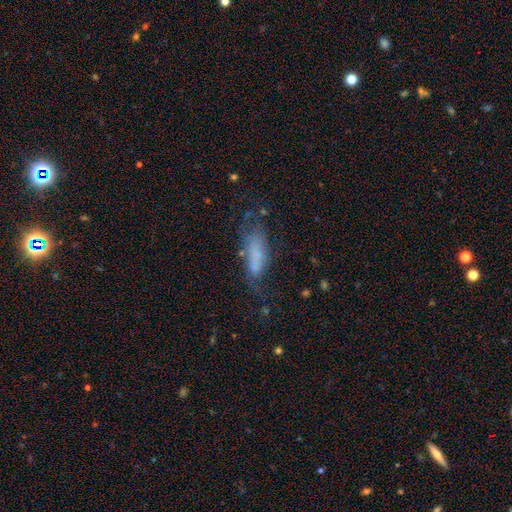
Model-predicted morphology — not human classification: Smooth or featured?
  - smooth: 59% *
  - featured or disk: 29%
  - star or artifact: 12%
How rounded?
  - in between: 58% *
  - cigar-shaped: 40%
  - round: 3%
Merging?
  - none: 43% *
  - minor disturbance: 27%
  - major disturbance: 24%
  - merger: 6%